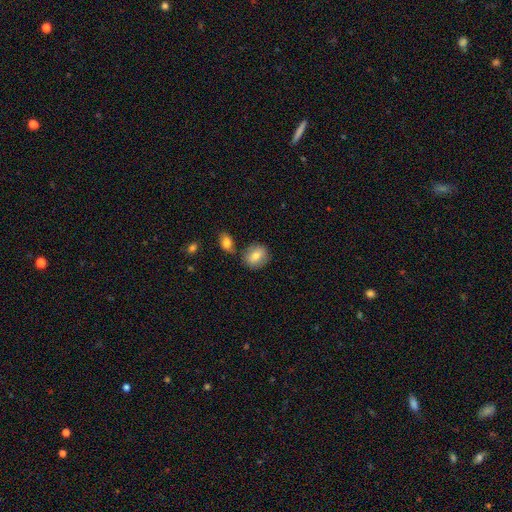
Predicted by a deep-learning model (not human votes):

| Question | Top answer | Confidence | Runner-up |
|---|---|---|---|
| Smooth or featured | smooth | 76% | featured or disk (16%) |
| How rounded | round | 50% | in between (48%) |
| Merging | none | 71% | merger (14%) |